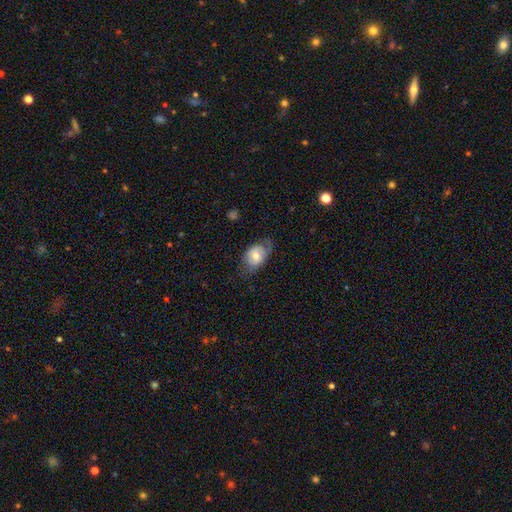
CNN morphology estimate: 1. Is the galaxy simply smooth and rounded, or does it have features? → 58% smooth, 35% featured or disk, 7% star or artifact.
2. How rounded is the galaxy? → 78% in between, 21% round, 1% cigar-shaped.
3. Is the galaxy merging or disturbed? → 55% none, 27% minor disturbance, 16% major disturbance, 1% merger.